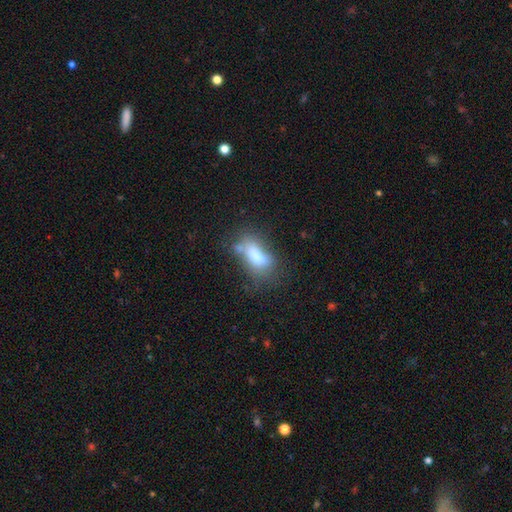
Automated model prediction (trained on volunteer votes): Q: Smooth or featured?
A: smooth (64%); runner-up: featured or disk (25%)
Q: How rounded?
A: in between (80%); runner-up: cigar-shaped (15%)
Q: Merging?
A: none (38%); runner-up: minor disturbance (24%)